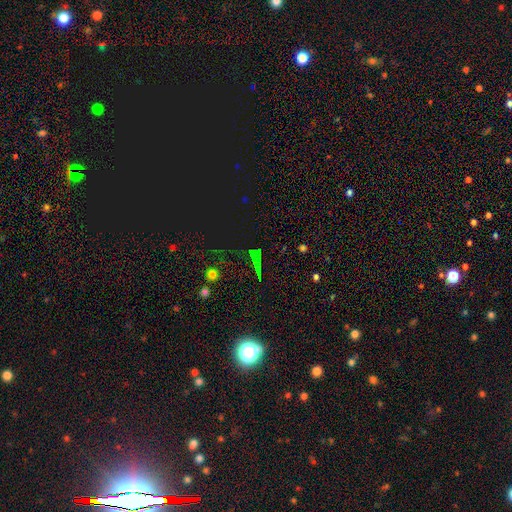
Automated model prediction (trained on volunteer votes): Smooth or featured?
  - star or artifact: 70% *
  - smooth: 19%
  - featured or disk: 11%